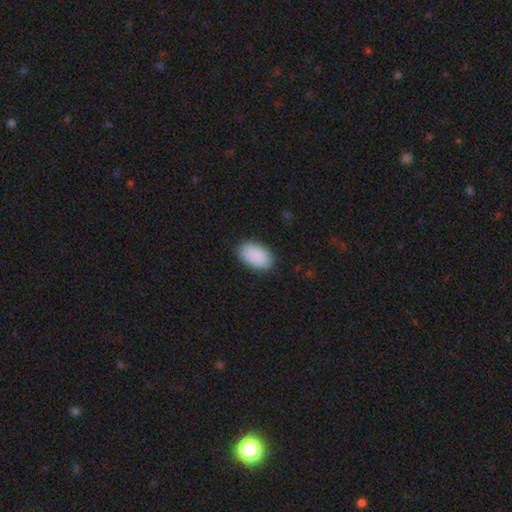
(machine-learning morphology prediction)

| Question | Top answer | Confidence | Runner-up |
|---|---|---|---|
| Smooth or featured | smooth | 90% | star or artifact (6%) |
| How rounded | in between | 94% | round (5%) |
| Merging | none | 86% | minor disturbance (11%) |